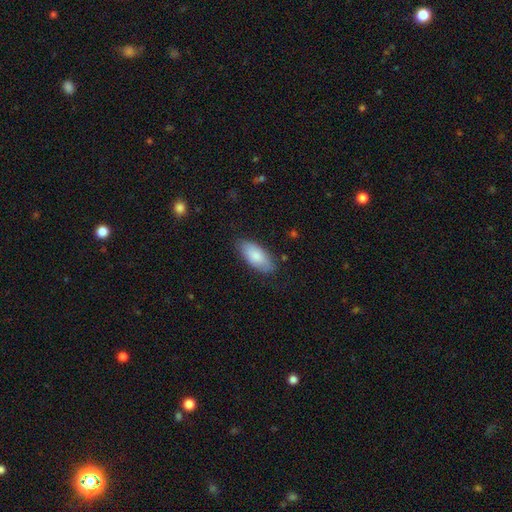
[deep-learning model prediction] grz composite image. It shows a smooth galaxy with no disk features (83%) that is in between round and cigar-shaped (88%). Merging: none (80%).